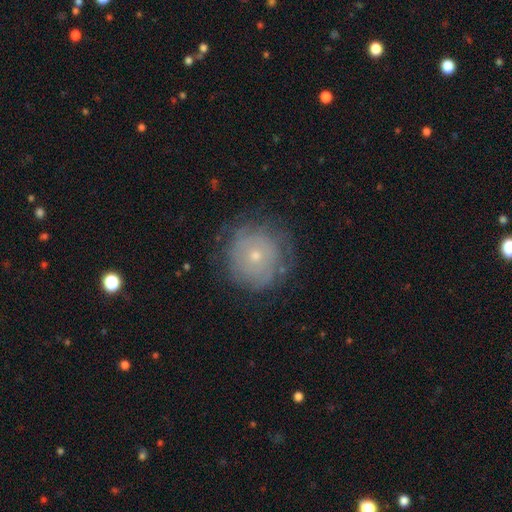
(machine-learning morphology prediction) Smooth or featured? featured or disk (45%)
Merging? none (74%)